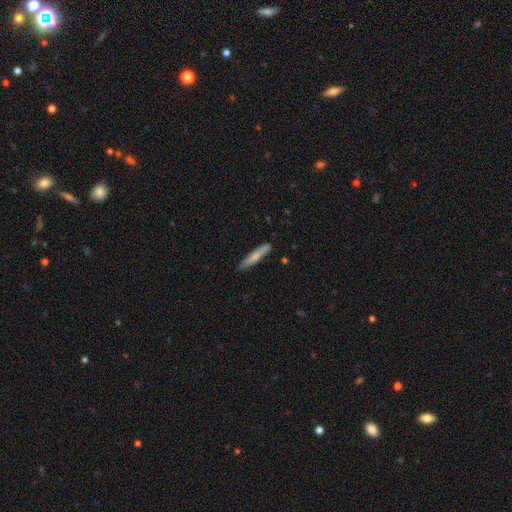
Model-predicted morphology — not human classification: type=smooth (71%); roundness=cigar-shaped (92%); merging=none (84%).